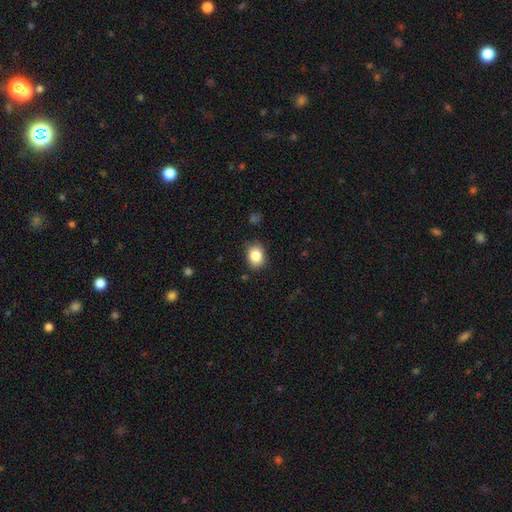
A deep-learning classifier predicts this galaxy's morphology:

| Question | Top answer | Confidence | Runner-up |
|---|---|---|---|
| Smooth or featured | smooth | 85% | star or artifact (9%) |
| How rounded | in between | 53% | round (46%) |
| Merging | none | 83% | minor disturbance (13%) |